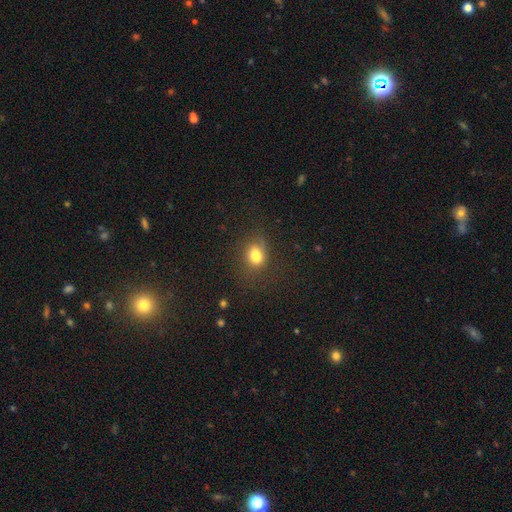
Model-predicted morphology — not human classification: This appears to be a smooth galaxy with no disk features (79%) that is in between round and cigar-shaped (63%). Merging: none (70%).